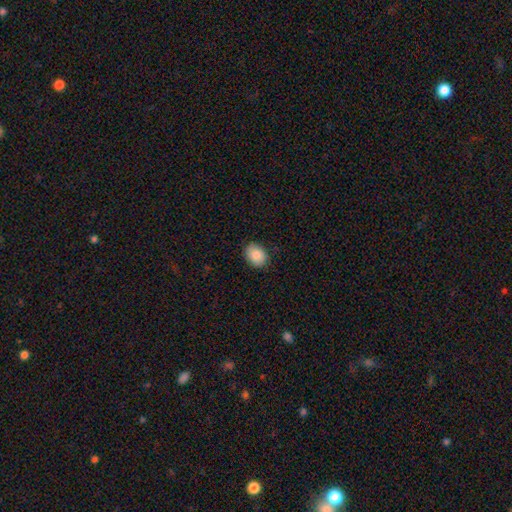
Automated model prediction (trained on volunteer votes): Morphology: type=smooth (87%); roundness=in between (60%); merging=none (86%).